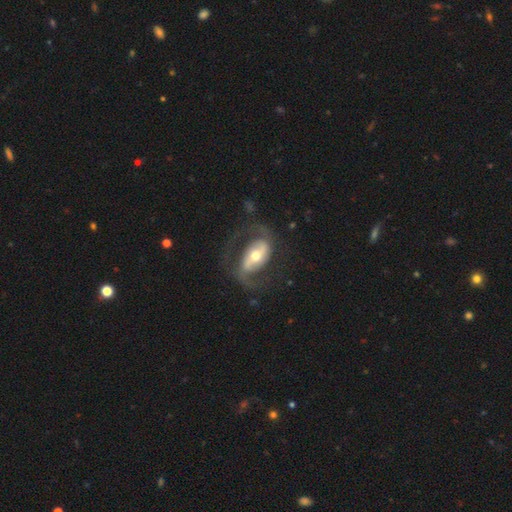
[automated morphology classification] smooth-or-featured: featured or disk: 83% | smooth: 13% | star or artifact: 5%
  disk-edge-on: no: 96% | yes: 4%
    bar: strong: 44% | weak: 33% | no: 23%
    has-spiral-arms: yes: 90% | no: 10%
      spiral-winding: medium: 49% | loose: 36% | tight: 15%
      spiral-arm-count: 2: 89% | can't tell: 4% | 1: 4% | 3: 1% | 4: 1% | more than 4: 1%
    bulge-size: moderate: 66% | small: 22% | large: 9% | dominant: 1% | none: 1%
  merging: none: 67% | major disturbance: 16% | minor disturbance: 15% | merger: 2%